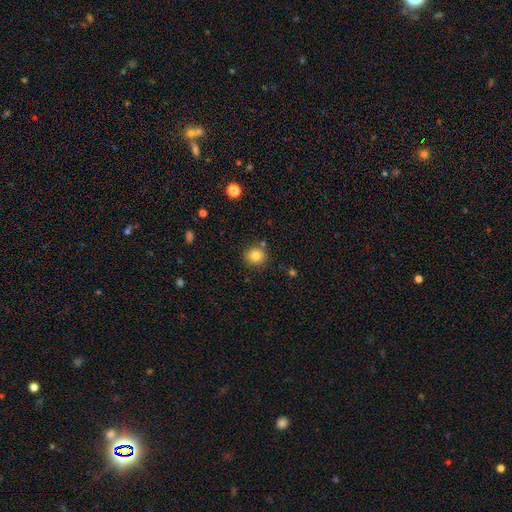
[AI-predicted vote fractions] Smooth or featured?
  - smooth: 81% *
  - star or artifact: 11%
  - featured or disk: 8%
How rounded?
  - round: 87% *
  - in between: 12%
  - cigar-shaped: 1%
Merging?
  - none: 83% *
  - minor disturbance: 9%
  - merger: 5%
  - major disturbance: 2%